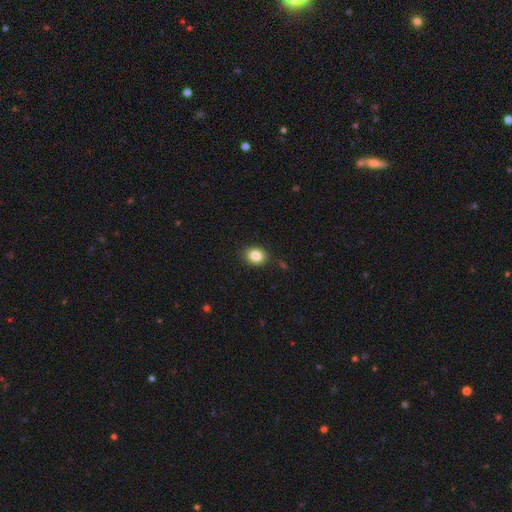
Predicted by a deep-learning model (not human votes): Morphology: type=smooth (85%); roundness=round (55%); merging=none (87%).